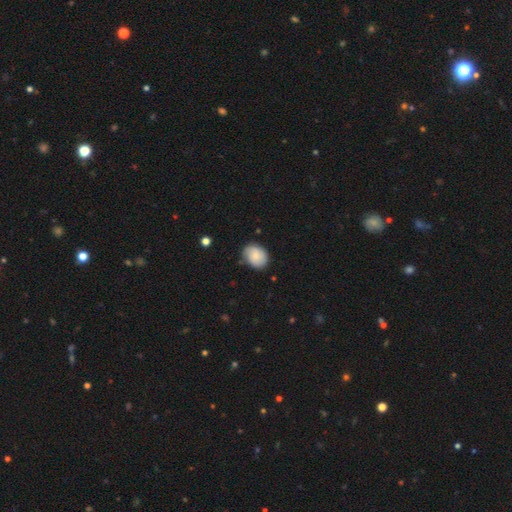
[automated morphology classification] Smooth or featured?
  - smooth: 77% *
  - featured or disk: 16%
  - star or artifact: 7%
How rounded?
  - in between: 58% *
  - round: 41%
  - cigar-shaped: 1%
Merging?
  - none: 70% *
  - minor disturbance: 24%
  - major disturbance: 4%
  - merger: 2%